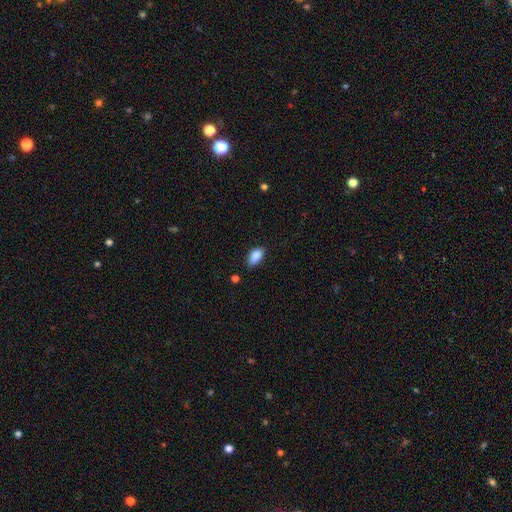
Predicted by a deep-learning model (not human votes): This is clearly a smooth galaxy (88%). How rounded: clearly in between (92%). Merging: likely none (78%).